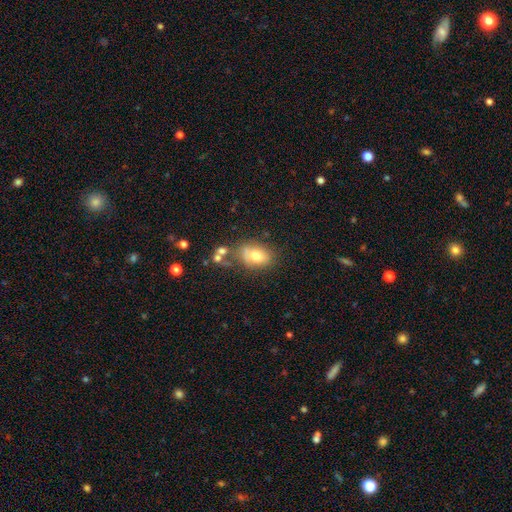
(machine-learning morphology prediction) Overall: smooth (72%). How rounded: in between (76%). Merging: none (50%; minor disturbance 24%).